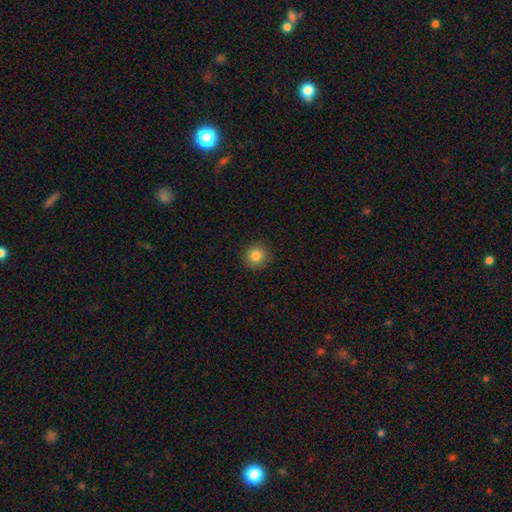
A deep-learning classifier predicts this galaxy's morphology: Smooth or featured? Predicted: smooth (p=0.83). How rounded? Predicted: round (p=0.92). Merging? Predicted: none (p=0.92).